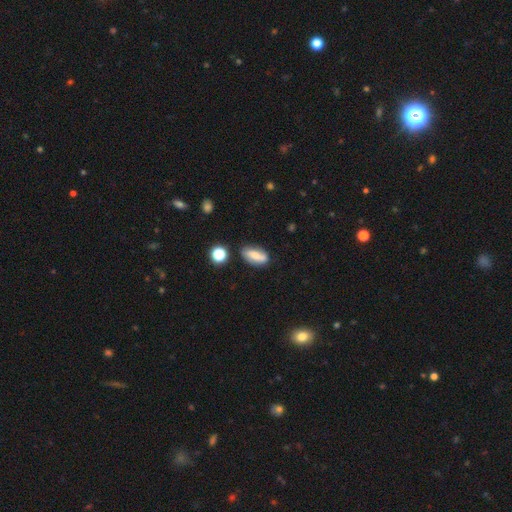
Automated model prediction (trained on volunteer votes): Smooth or featured? Predicted: smooth (p=0.62). How rounded? Predicted: in between (p=0.79). Merging? Predicted: none (p=0.74).